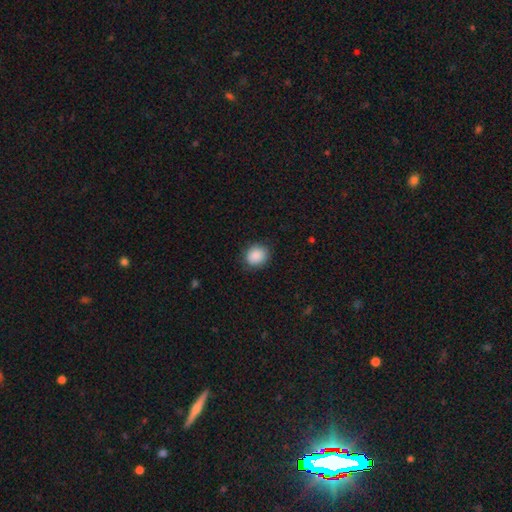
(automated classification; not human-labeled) smooth_or_featured: smooth (p=0.89) [alt: star or artifact p=0.08]
how_rounded: round (p=0.72) [alt: in between p=0.27]
merging: none (p=0.87) [alt: minor disturbance p=0.10]